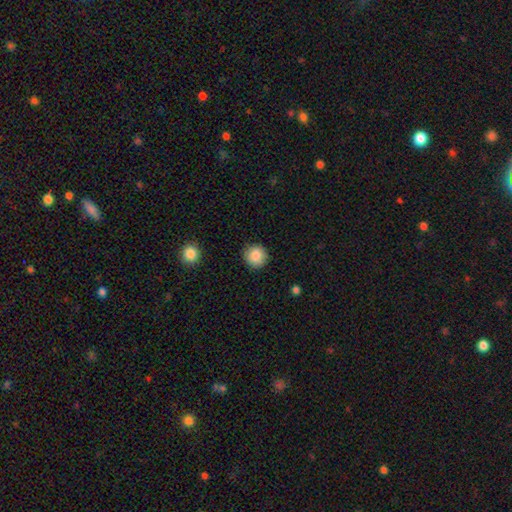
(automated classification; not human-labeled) smooth-or-featured: smooth: 87% | star or artifact: 8% | featured or disk: 5%
  how-rounded: round: 93% | in between: 6% | cigar-shaped: 1%
  merging: none: 90% | minor disturbance: 7% | major disturbance: 2% | merger: 1%